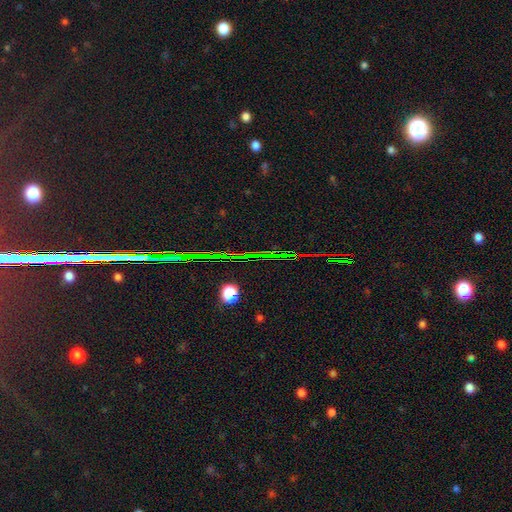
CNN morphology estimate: type=star or artifact (84%).